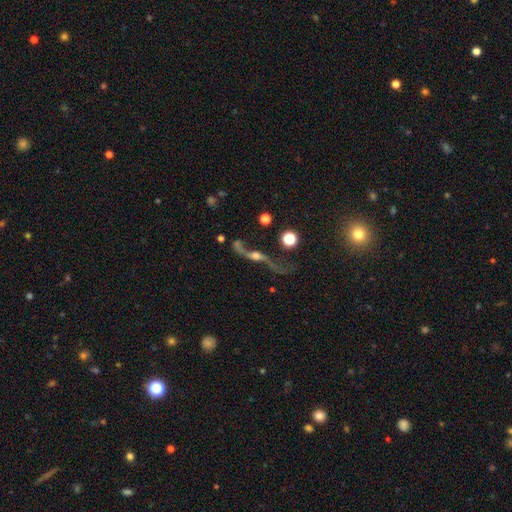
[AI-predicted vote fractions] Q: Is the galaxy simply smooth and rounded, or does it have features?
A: featured or disk — 79%.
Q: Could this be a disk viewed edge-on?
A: no — 67%.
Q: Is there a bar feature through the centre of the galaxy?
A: no — 62%.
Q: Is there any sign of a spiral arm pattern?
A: yes — 86%.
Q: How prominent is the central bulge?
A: moderate — 48%.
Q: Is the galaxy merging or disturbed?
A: none — 50%.